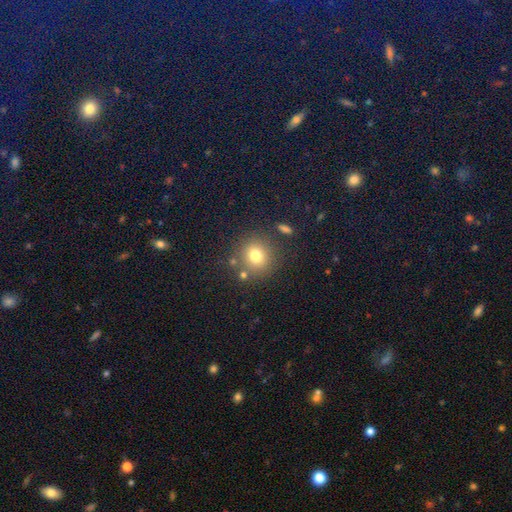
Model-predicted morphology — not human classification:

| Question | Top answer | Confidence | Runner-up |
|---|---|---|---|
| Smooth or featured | smooth | 76% | star or artifact (14%) |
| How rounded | round | 89% | in between (10%) |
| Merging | none | 80% | minor disturbance (9%) |